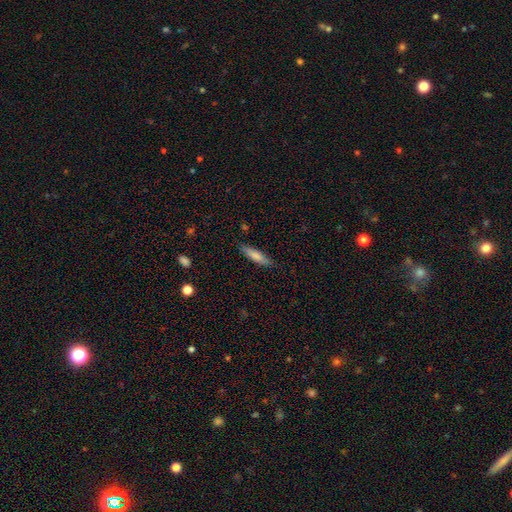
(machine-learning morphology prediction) Overall: smooth (76%). How rounded: cigar-shaped (79%). Merging: none (86%).